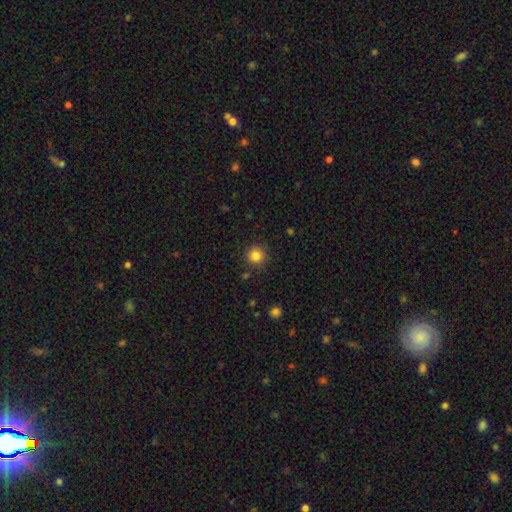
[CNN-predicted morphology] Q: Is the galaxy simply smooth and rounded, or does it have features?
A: smooth — 83%.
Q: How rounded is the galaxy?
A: round — 95%.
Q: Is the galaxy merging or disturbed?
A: none — 90%.